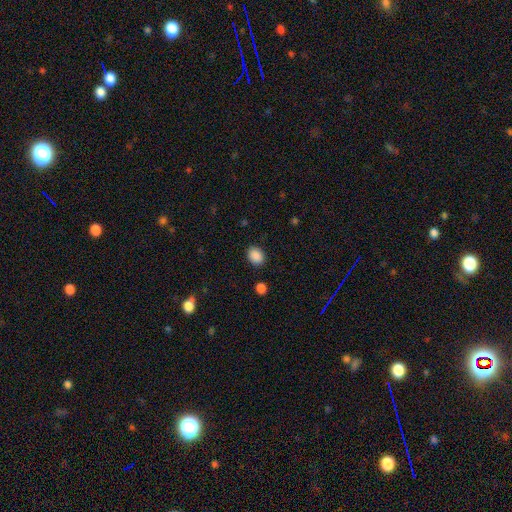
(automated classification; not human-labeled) Q: Smooth or featured?
A: smooth (89%); runner-up: star or artifact (9%)
Q: How rounded?
A: in between (51%); runner-up: round (48%)
Q: Merging?
A: none (88%); runner-up: minor disturbance (8%)